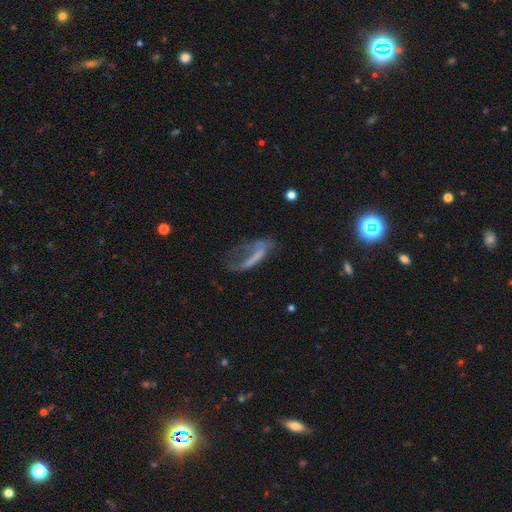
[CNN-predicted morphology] smooth-or-featured: featured or disk: 47% | smooth: 39% | star or artifact: 13%
  merging: major disturbance: 48% | none: 27% | minor disturbance: 20% | merger: 5%